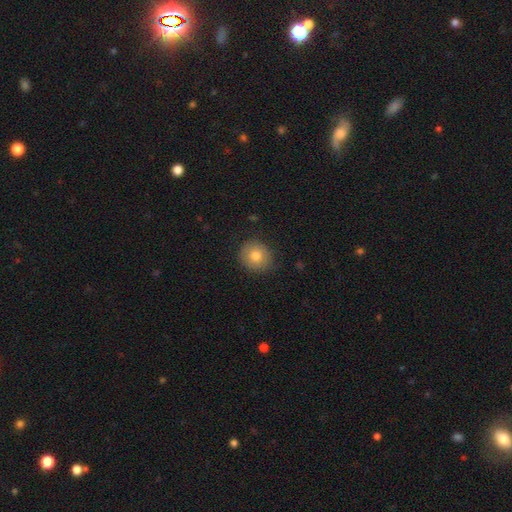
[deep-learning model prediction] Smooth or featured? Predicted: smooth (p=0.78). How rounded? Predicted: round (p=0.85). Merging? Predicted: none (p=0.85).